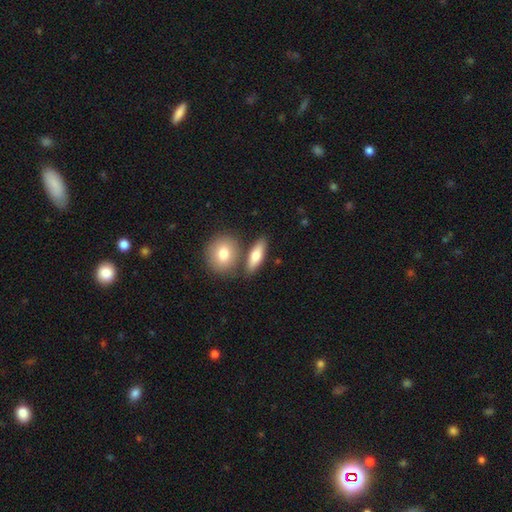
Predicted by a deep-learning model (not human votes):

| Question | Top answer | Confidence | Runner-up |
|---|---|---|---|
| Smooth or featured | smooth | 73% | featured or disk (21%) |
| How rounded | in between | 59% | cigar-shaped (32%) |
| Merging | none | 68% | merger (18%) |